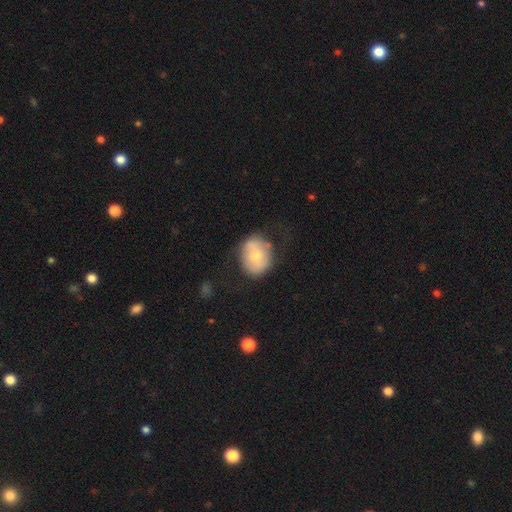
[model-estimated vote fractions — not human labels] This appears to be a smooth galaxy with no disk features (61%) that is round (65%). Merging: none (68%).